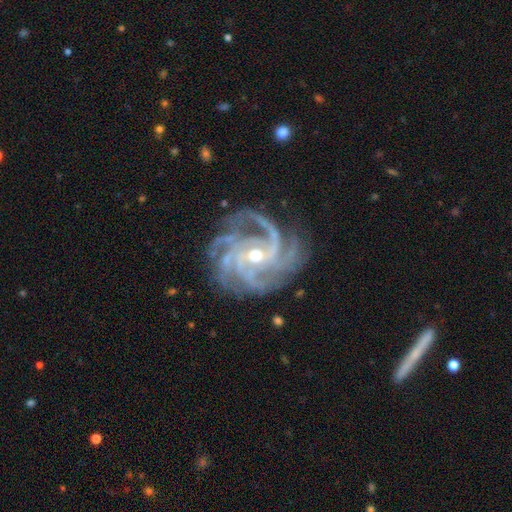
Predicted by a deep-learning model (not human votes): Smooth or featured? Predicted: featured or disk (p=0.93). Edge-on disk? Predicted: no (p=0.98). Bar? Predicted: no (p=0.45). Spiral arms? Predicted: yes (p=0.99). Spiral winding? Predicted: tight (p=0.53). Spiral arm count? Predicted: 4 (p=0.34). Bulge size? Predicted: small (p=0.54). Merging? Predicted: none (p=0.75).